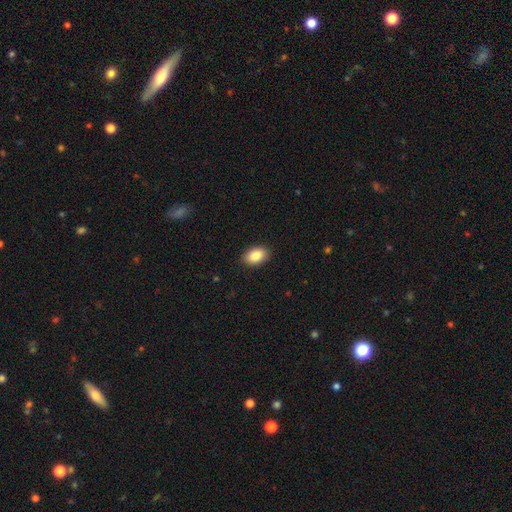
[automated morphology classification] This appears to be a smooth galaxy with no disk features (86%) that is in between round and cigar-shaped (90%). Merging: none (89%).